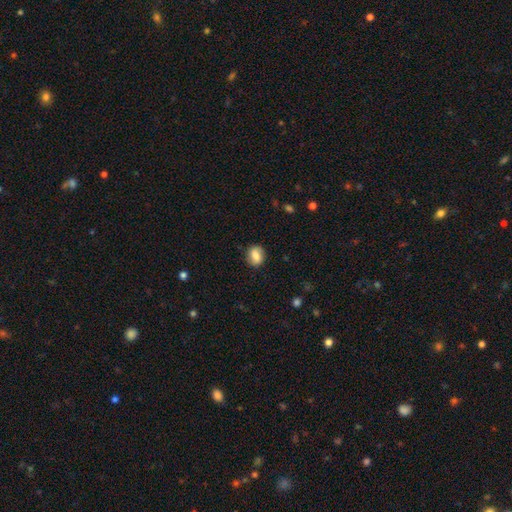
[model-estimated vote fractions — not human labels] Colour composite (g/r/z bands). It shows a smooth galaxy with no disk features (74%) that is round (52%). Merging: none (85%).